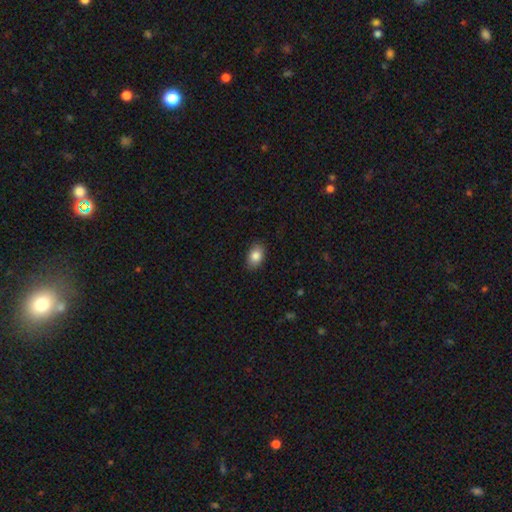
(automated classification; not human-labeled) This is clearly a smooth galaxy (85%). How rounded: clearly in between (85%). Merging: clearly none (87%).